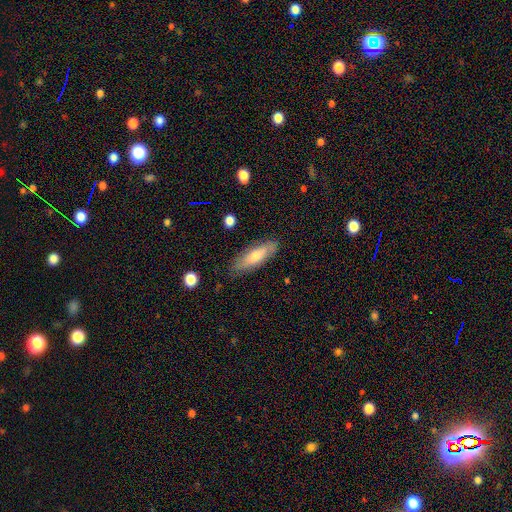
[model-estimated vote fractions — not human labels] This is likely a smooth galaxy (63%). How rounded: possibly cigar-shaped (53%). Merging: clearly none (83%).